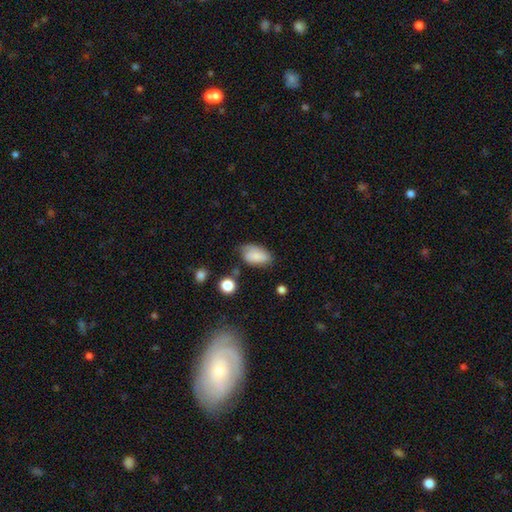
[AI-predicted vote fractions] Smooth or featured? smooth (78%)
How rounded? in between (92%)
Merging? none (61%)